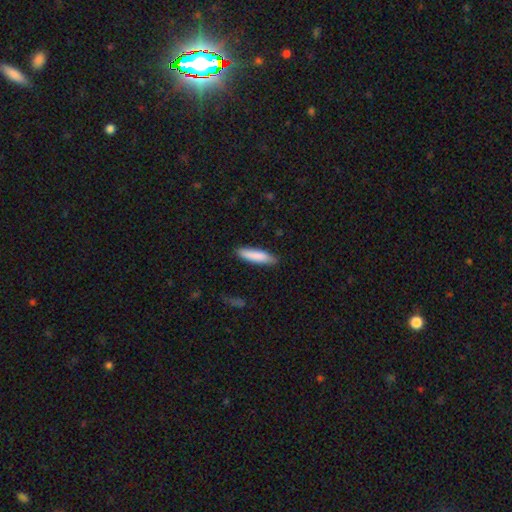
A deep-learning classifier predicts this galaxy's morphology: type=smooth (85%); roundness=cigar-shaped (74%); merging=none (84%).